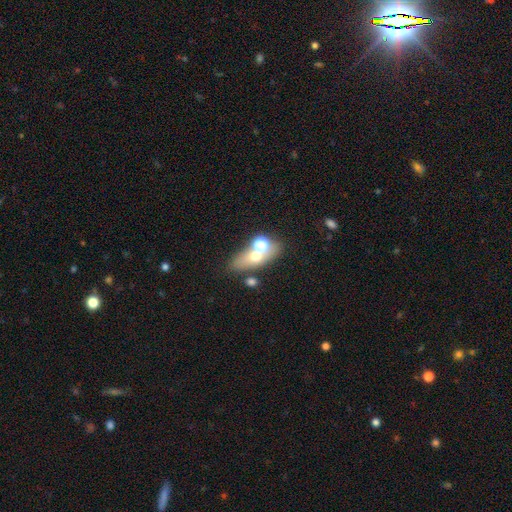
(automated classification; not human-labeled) Morphology: type=smooth (56%); roundness=in between (65%); merging=none (51%).